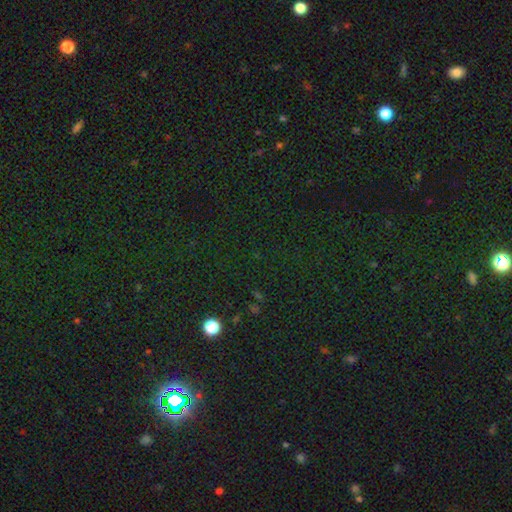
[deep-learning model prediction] star or artifact 78%, smooth 14%, featured or disk 7%.